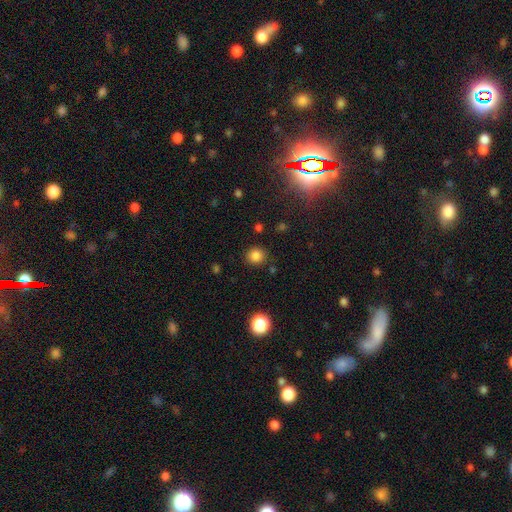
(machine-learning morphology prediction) type=smooth (82%); roundness=round (87%); merging=none (86%).